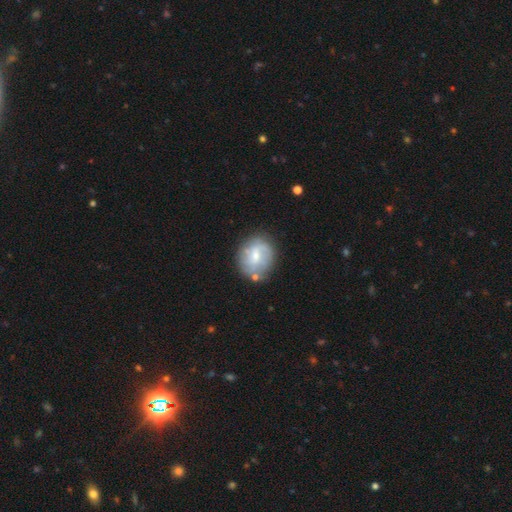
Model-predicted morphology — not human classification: This is possibly a smooth galaxy (47%). Merging: likely none (66%).